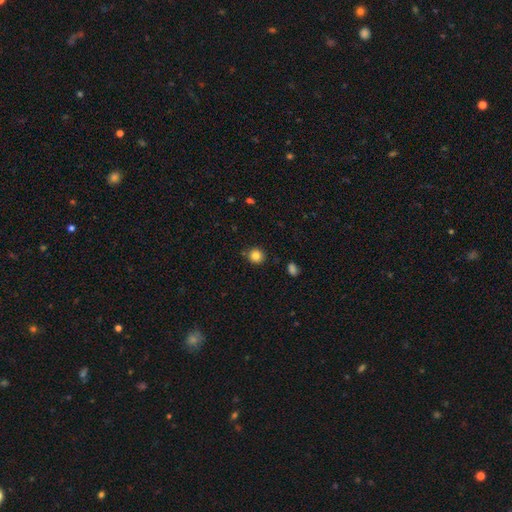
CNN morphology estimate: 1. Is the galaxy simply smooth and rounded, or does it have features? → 84% smooth, 11% star or artifact, 6% featured or disk.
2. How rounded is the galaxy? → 91% round, 8% in between, 1% cigar-shaped.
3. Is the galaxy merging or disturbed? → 87% none, 8% minor disturbance, 3% merger, 2% major disturbance.